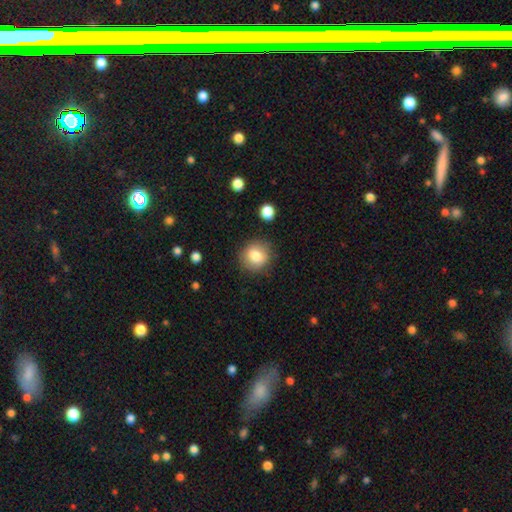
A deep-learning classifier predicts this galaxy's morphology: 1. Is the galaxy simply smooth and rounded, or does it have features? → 81% smooth, 10% featured or disk, 9% star or artifact.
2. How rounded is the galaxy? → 86% round, 13% in between, 1% cigar-shaped.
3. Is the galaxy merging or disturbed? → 86% none, 10% minor disturbance, 3% major disturbance, 2% merger.